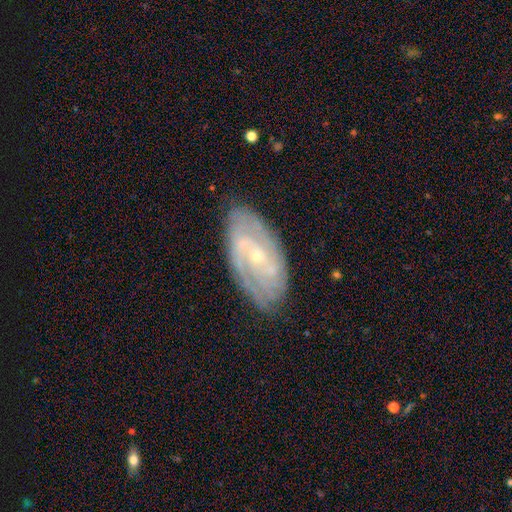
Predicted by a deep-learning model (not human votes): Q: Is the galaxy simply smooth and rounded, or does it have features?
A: featured or disk — 82%.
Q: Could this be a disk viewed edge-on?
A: no — 94%.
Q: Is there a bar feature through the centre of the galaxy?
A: no — 54%.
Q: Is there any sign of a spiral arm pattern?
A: yes — 94%.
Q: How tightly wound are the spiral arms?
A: tight — 59%.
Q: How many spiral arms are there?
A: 2 — 43%.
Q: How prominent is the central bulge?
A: small — 73%.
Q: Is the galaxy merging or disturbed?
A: none — 80%.